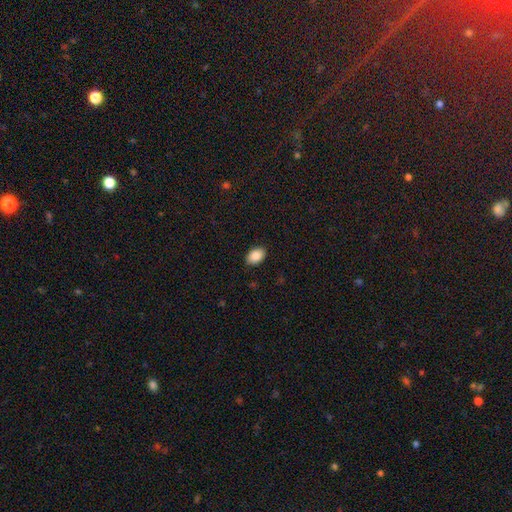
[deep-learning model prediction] The model was most divided on "how rounded": in between: 87%, round: 12%, cigar-shaped: 1%. More confident: merging — none (89%); smooth or featured — smooth (89%).